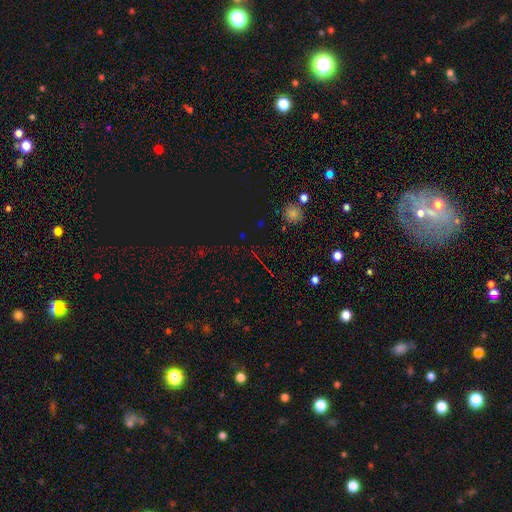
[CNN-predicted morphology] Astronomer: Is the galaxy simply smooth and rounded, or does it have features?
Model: star or artifact — 73%.